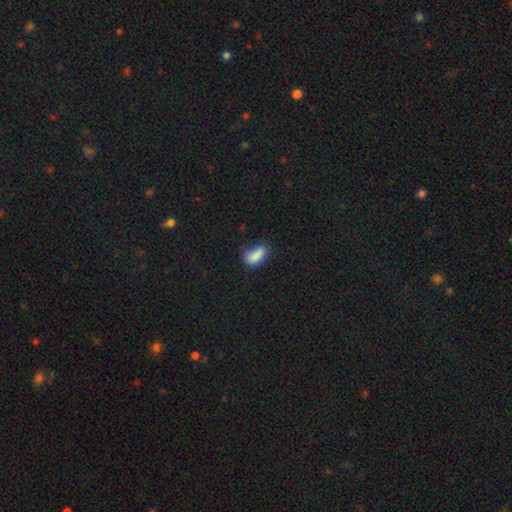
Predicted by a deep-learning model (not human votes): Smooth or featured? Predicted: smooth (p=0.84). How rounded? Predicted: in between (p=0.83). Merging? Predicted: none (p=0.53).